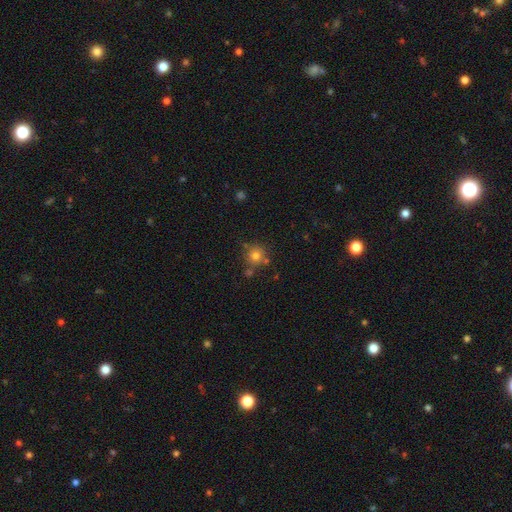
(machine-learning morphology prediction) Smooth or featured? smooth (76%)
How rounded? round (91%)
Merging? none (71%)